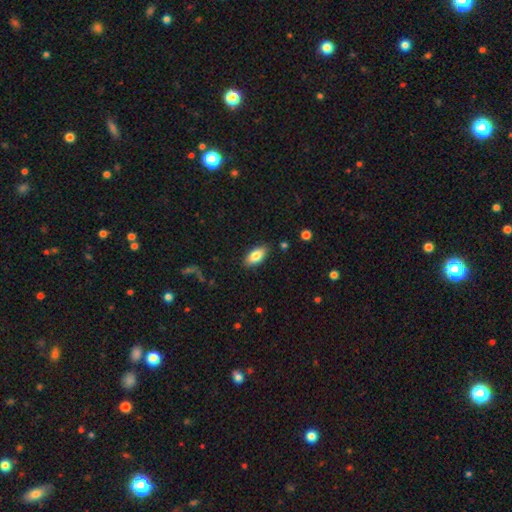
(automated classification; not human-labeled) This appears to be a smooth galaxy with no disk features (81%) that is in between round and cigar-shaped (90%). Merging: none (87%).